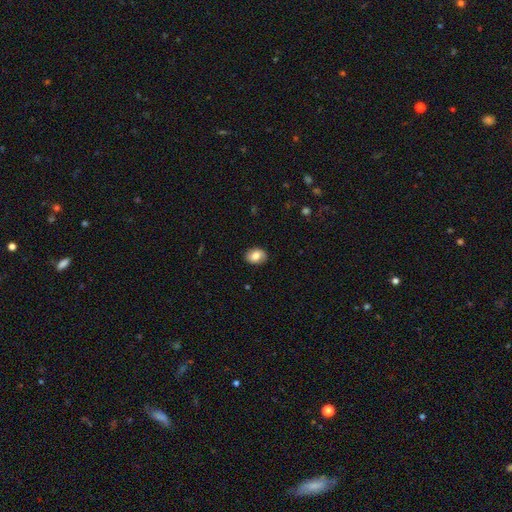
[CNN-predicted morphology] smooth_or_featured: smooth (p=0.81) [alt: featured or disk p=0.12]
how_rounded: in between (p=0.72) [alt: round p=0.27]
merging: none (p=0.87) [alt: minor disturbance p=0.10]